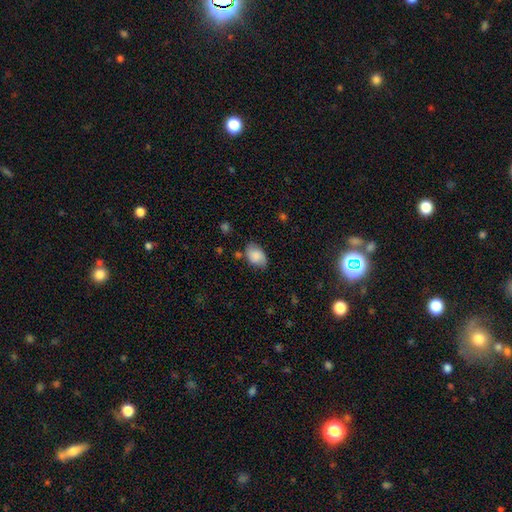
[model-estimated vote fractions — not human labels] Overall: smooth (78%). How rounded: in between (87%). Merging: none (69%).